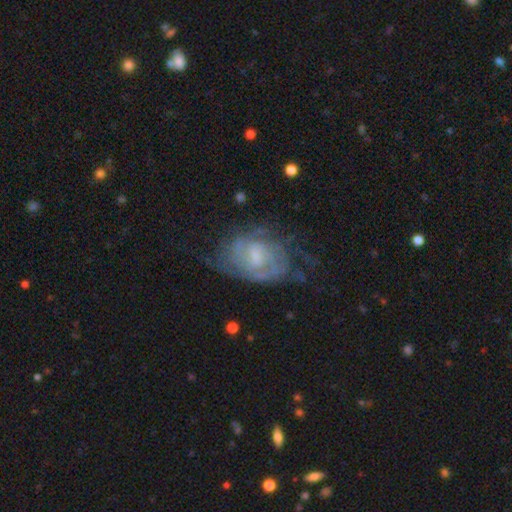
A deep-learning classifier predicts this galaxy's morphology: Smooth or featured: featured or disk — 75% (smooth — 17%)
Edge-on disk: no — 96% (yes — 4%)
Bar: weak — 48% (no — 43%)
Spiral arms: yes — 85% (no — 15%)
Spiral winding: tight — 51% (medium — 37%)
Spiral arm count: can't tell — 43% (2 — 33%)
Bulge size: small — 40% (moderate — 38%)
Merging: none — 56% (minor disturbance — 25%)